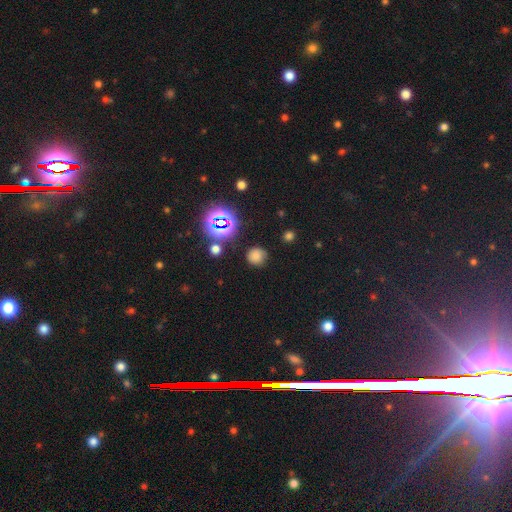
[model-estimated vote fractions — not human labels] Q: Smooth or featured?
A: smooth (70%); runner-up: star or artifact (22%)
Q: How rounded?
A: round (89%); runner-up: in between (10%)
Q: Merging?
A: none (81%); runner-up: minor disturbance (13%)